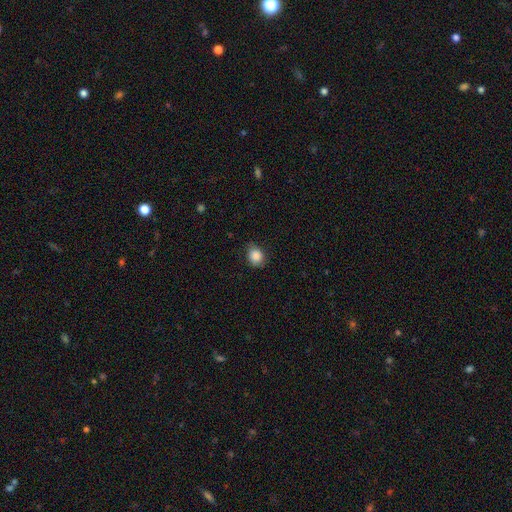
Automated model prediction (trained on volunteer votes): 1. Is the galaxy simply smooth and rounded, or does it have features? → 87% smooth, 8% star or artifact, 4% featured or disk.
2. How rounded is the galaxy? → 56% round, 43% in between, 1% cigar-shaped.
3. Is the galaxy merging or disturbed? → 70% none, 24% minor disturbance, 5% major disturbance, 1% merger.